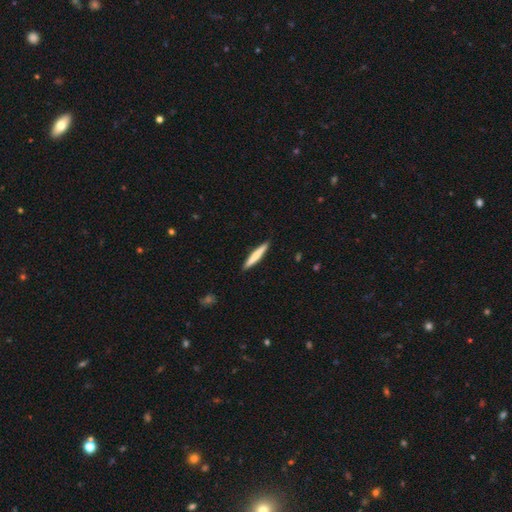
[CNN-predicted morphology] Q: Smooth or featured?
A: smooth (69%); runner-up: featured or disk (26%)
Q: How rounded?
A: cigar-shaped (94%); runner-up: in between (5%)
Q: Merging?
A: none (91%); runner-up: minor disturbance (7%)